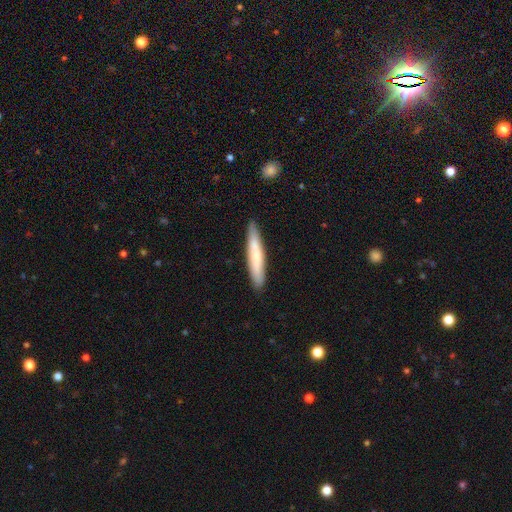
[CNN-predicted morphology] Smooth or featured: smooth — 67% (featured or disk — 27%)
How rounded: cigar-shaped — 93% (in between — 6%)
Merging: none — 88% (minor disturbance — 9%)